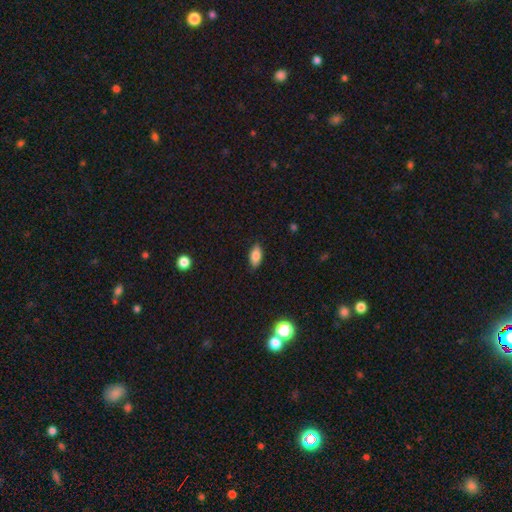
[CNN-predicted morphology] smooth-or-featured: smooth: 82% | featured or disk: 11% | star or artifact: 8%
  how-rounded: in between: 87% | cigar-shaped: 9% | round: 4%
  merging: none: 86% | minor disturbance: 10% | major disturbance: 2% | merger: 1%